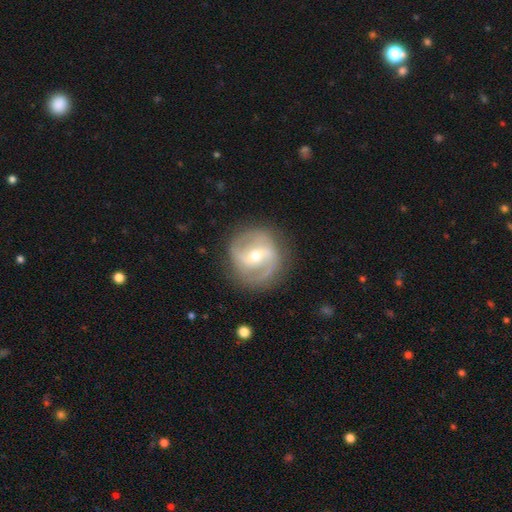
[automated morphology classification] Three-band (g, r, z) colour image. It shows a featured or disk galaxy (82%) with a weak bar (45%), 2 (81%) medium (50%) spiral arms (92%) and a moderate central bulge (55%). Merging: none (82%).